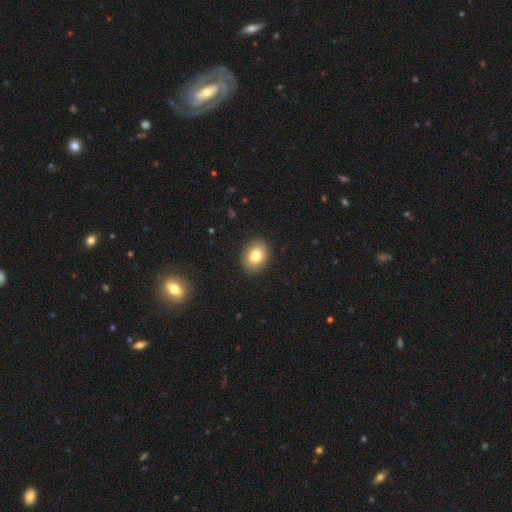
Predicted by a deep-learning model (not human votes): Smooth or featured? Predicted: smooth (p=0.82). How rounded? Predicted: in between (p=0.56). Merging? Predicted: none (p=0.89).